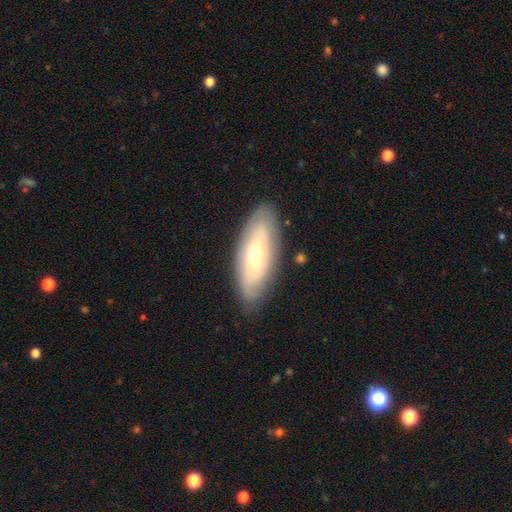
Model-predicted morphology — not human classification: Smooth or featured: smooth — 50% (featured or disk — 44%)
Merging: none — 82% (minor disturbance — 13%)